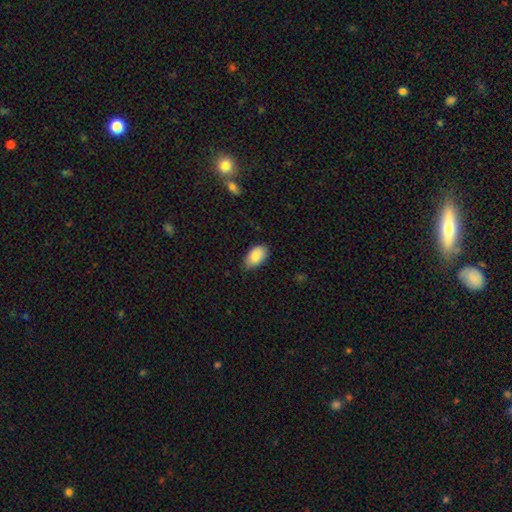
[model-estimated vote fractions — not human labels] This is clearly a smooth galaxy (86%). How rounded: clearly in between (94%). Merging: likely none (72%).